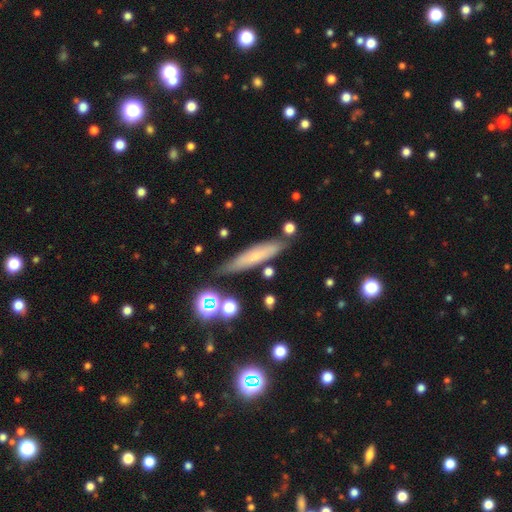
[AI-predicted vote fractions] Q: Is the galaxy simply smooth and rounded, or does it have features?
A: smooth — 60%.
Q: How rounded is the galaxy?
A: cigar-shaped — 83%.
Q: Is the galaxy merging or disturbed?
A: none — 78%.